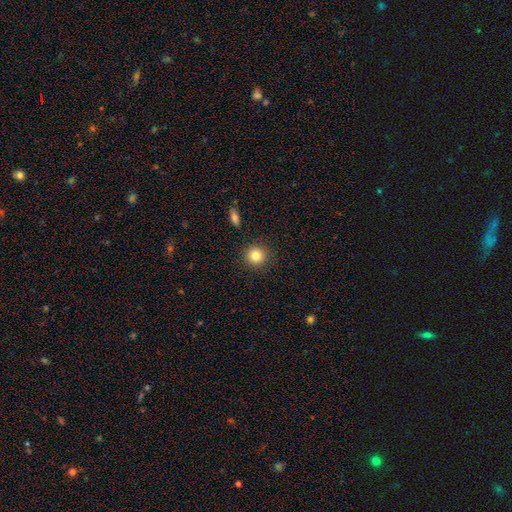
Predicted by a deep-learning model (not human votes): Smooth or featured?
  - smooth: 83% *
  - star or artifact: 11%
  - featured or disk: 7%
How rounded?
  - round: 92% *
  - in between: 7%
  - cigar-shaped: 1%
Merging?
  - none: 89% *
  - minor disturbance: 7%
  - major disturbance: 2%
  - merger: 2%